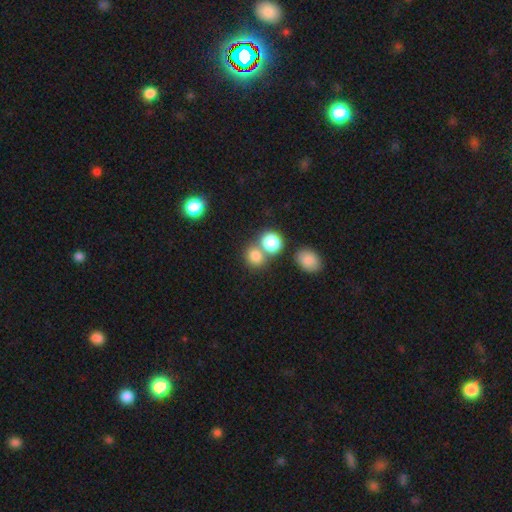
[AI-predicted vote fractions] smooth_or_featured: smooth (p=0.80) [alt: star or artifact p=0.12]
how_rounded: round (p=0.74) [alt: in between p=0.25]
merging: none (p=0.46) [alt: merger p=0.44]